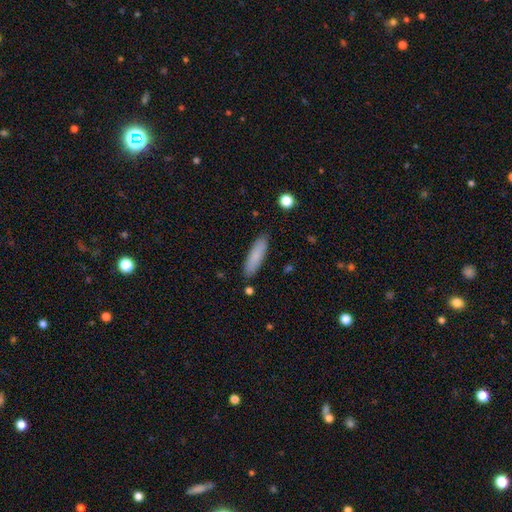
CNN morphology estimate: Smooth or featured? smooth (83%)
How rounded? cigar-shaped (68%)
Merging? none (87%)